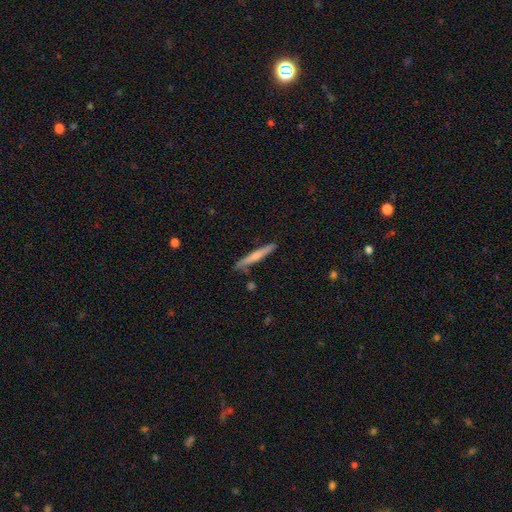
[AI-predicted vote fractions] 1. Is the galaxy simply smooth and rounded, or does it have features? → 53% smooth, 41% featured or disk, 5% star or artifact.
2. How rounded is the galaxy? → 95% cigar-shaped, 3% in between, 1% round.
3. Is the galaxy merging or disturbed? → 84% none, 11% minor disturbance, 3% merger, 2% major disturbance.